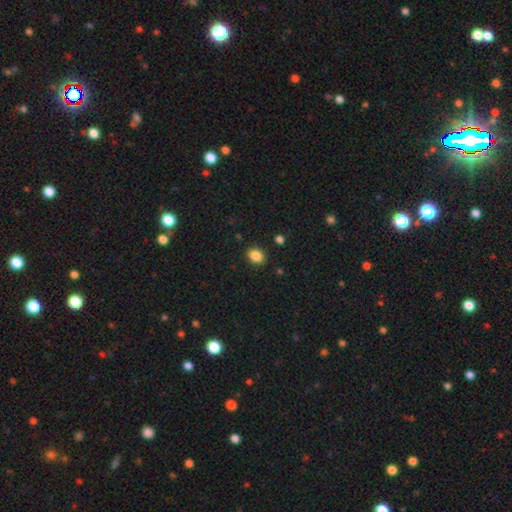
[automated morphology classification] A smooth galaxy with no disk features (86%) that is in between round and cigar-shaped (59%).

Vote fractions:
- Smooth or featured? smooth: 86% / star or artifact: 10% / featured or disk: 4%
- How rounded? in between: 59% / round: 40% / cigar-shaped: 1%
- Merging? none: 89% / minor disturbance: 8% / major disturbance: 2% / merger: 1%